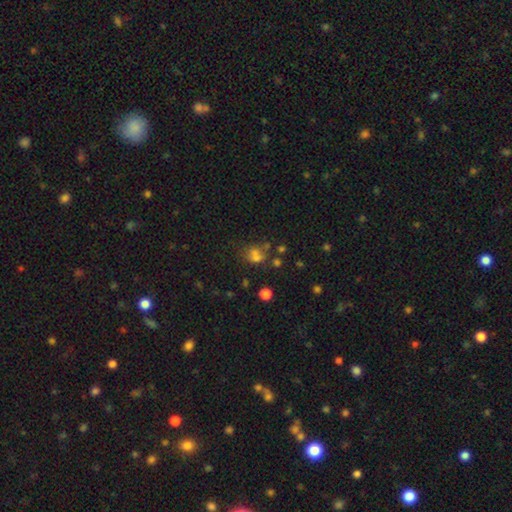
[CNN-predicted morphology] Overall: smooth (59%; star or artifact 25%). How rounded: round (59%; in between 39%). Merging: none (44%; merger 32%).